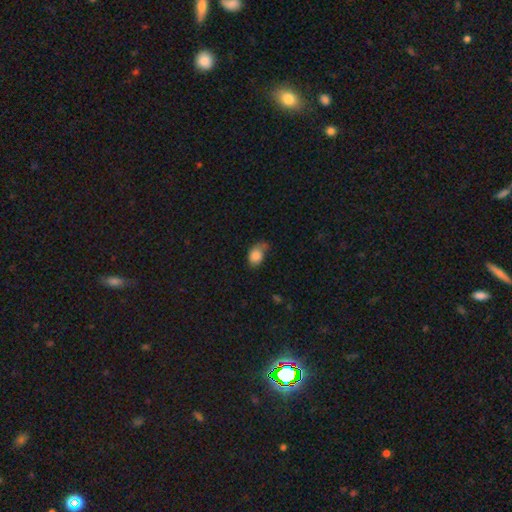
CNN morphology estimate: smooth_or_featured: smooth (p=0.83) [alt: featured or disk p=0.09]
how_rounded: in between (p=0.77) [alt: round p=0.22]
merging: none (p=0.40) [alt: minor disturbance p=0.39]